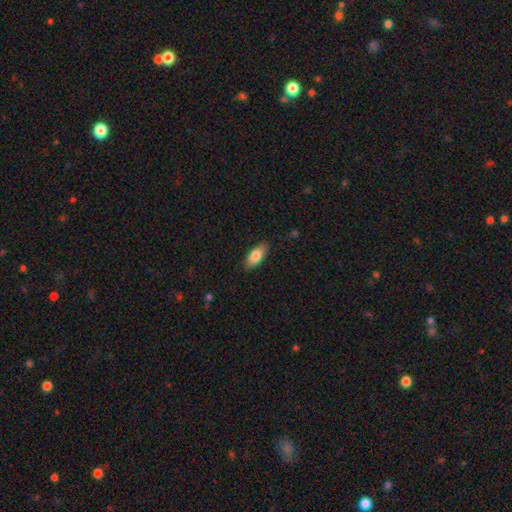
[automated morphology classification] Q: Smooth or featured?
A: smooth (82%); runner-up: featured or disk (12%)
Q: How rounded?
A: in between (86%); runner-up: cigar-shaped (12%)
Q: Merging?
A: none (86%); runner-up: minor disturbance (10%)